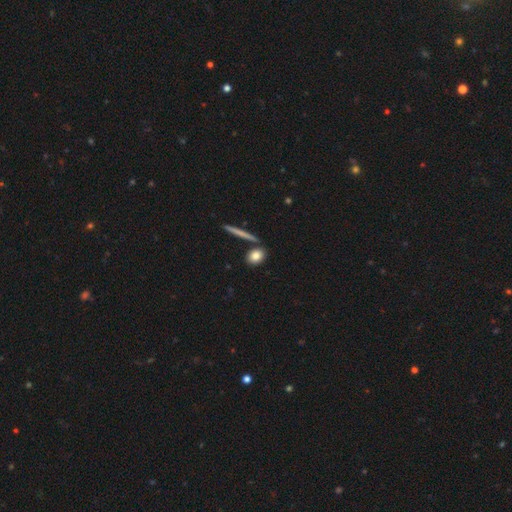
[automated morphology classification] This appears to be a smooth galaxy with no disk features (82%) that is in between round and cigar-shaped (54%). Merging: none (78%).